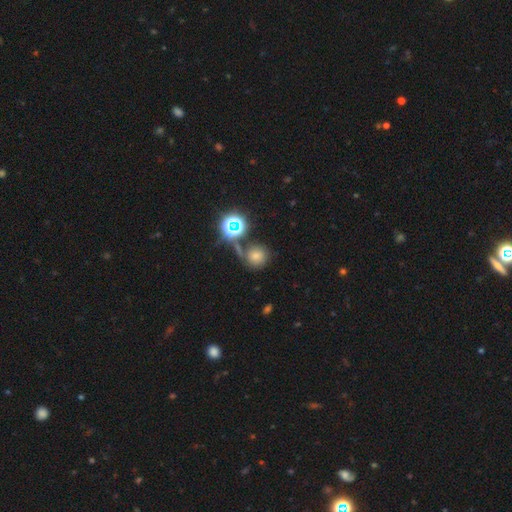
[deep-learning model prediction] Smooth or featured?
  - smooth: 53% *
  - star or artifact: 34%
  - featured or disk: 13%
How rounded?
  - round: 91% *
  - in between: 8%
  - cigar-shaped: 1%
Merging?
  - none: 70% *
  - merger: 12%
  - minor disturbance: 12%
  - major disturbance: 6%